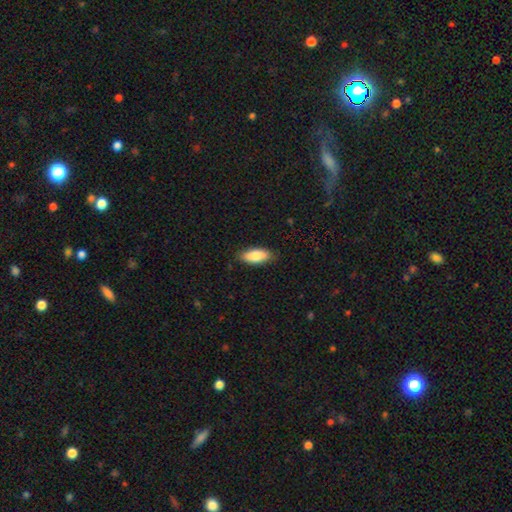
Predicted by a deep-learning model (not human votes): Overall: smooth (85%). How rounded: in between (85%). Merging: none (85%).